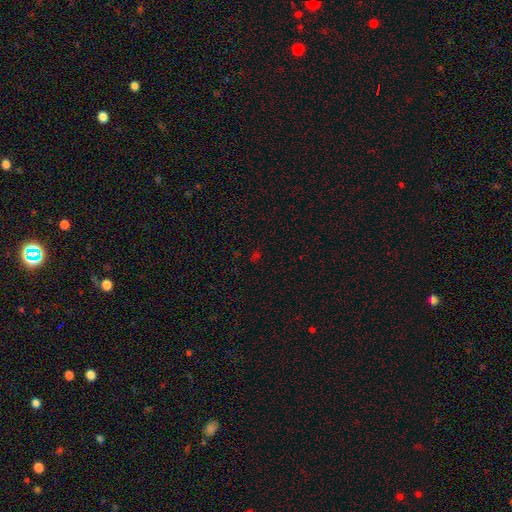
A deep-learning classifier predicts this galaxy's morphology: smooth-or-featured: star or artifact: 54% | smooth: 39% | featured or disk: 7%